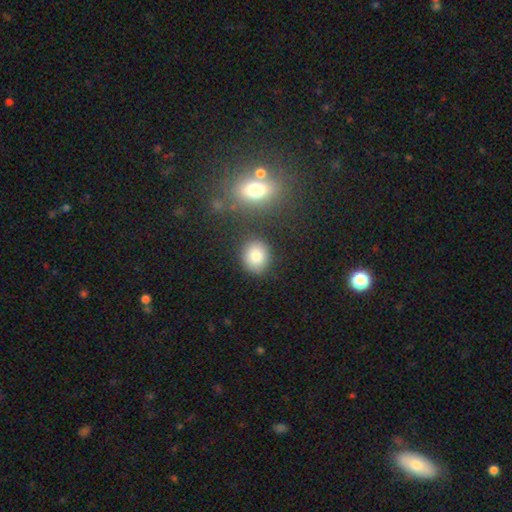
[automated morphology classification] type=smooth (83%); roundness=round (72%); merging=none (79%).